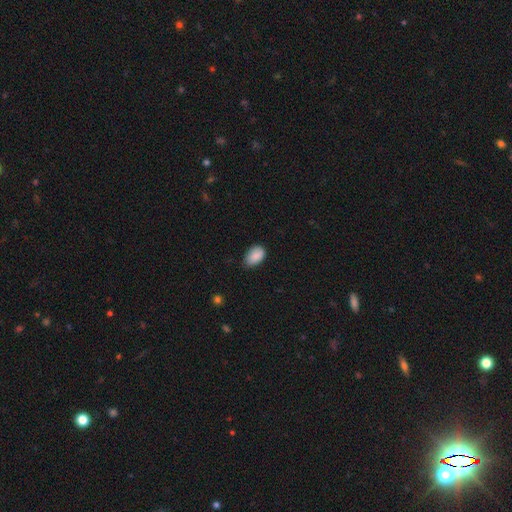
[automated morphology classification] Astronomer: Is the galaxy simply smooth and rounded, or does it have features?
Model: smooth — 88%.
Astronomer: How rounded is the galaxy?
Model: in between — 90%.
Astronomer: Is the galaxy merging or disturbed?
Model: none — 65%.